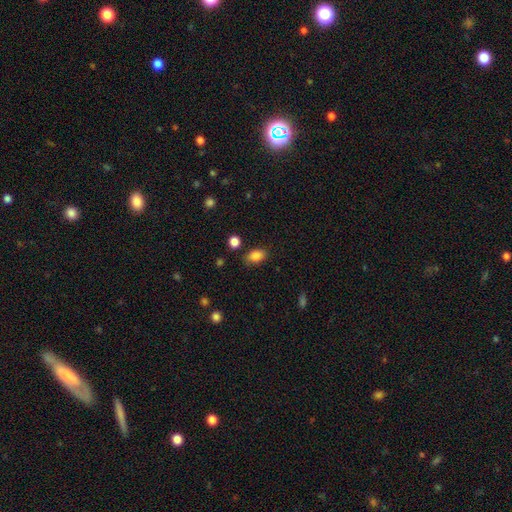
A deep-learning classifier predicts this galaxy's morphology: Smooth or featured: smooth — 86% (star or artifact — 9%)
How rounded: in between — 85% (round — 13%)
Merging: none — 81% (minor disturbance — 13%)